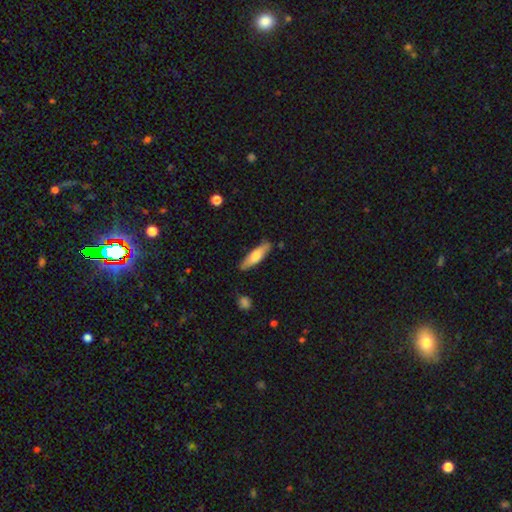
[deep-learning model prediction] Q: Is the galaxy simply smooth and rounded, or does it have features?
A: smooth — 67%.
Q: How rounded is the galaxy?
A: cigar-shaped — 63%.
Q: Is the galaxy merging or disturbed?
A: none — 84%.